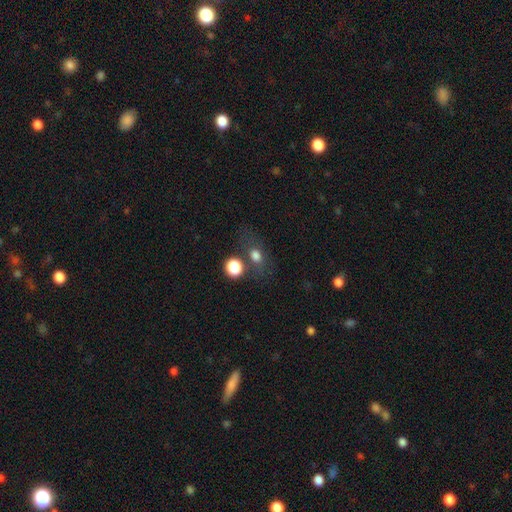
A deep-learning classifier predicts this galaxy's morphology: The model was most divided on "how rounded": in between: 54%, round: 42%, cigar-shaped: 4%. More confident: smooth or featured — smooth (72%); merging — none (54%).